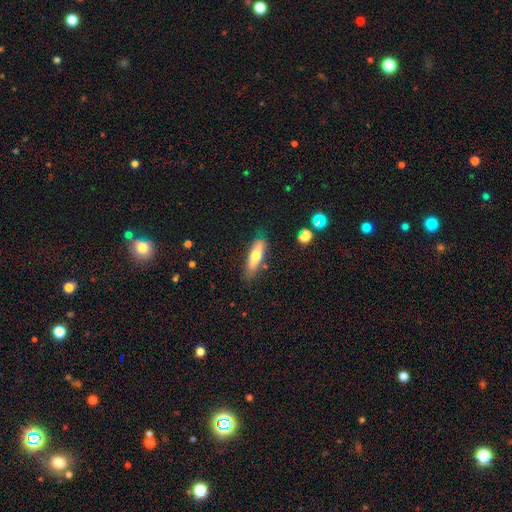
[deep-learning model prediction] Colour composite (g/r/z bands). It shows a smooth galaxy with no disk features (63%) that is cigar-shaped (61%). Merging: none (79%).